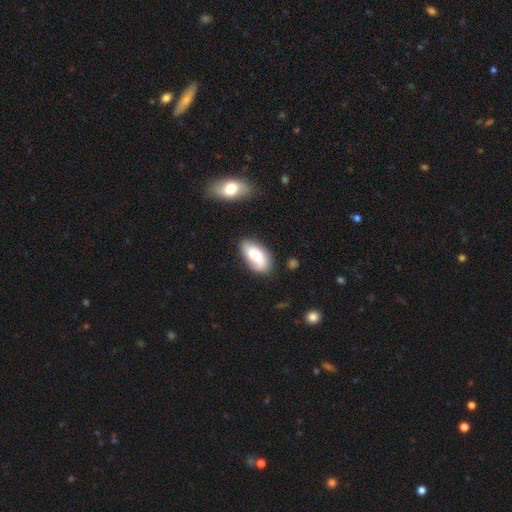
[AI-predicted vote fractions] Q: Smooth or featured?
A: smooth (73%); runner-up: featured or disk (19%)
Q: How rounded?
A: in between (91%); runner-up: cigar-shaped (6%)
Q: Merging?
A: none (65%); runner-up: minor disturbance (23%)